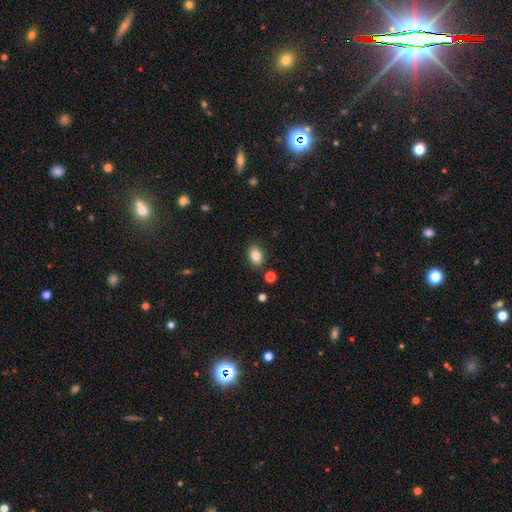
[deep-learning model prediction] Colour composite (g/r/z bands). It shows a smooth galaxy with no disk features (84%) that is in between round and cigar-shaped (84%). Merging: none (85%).